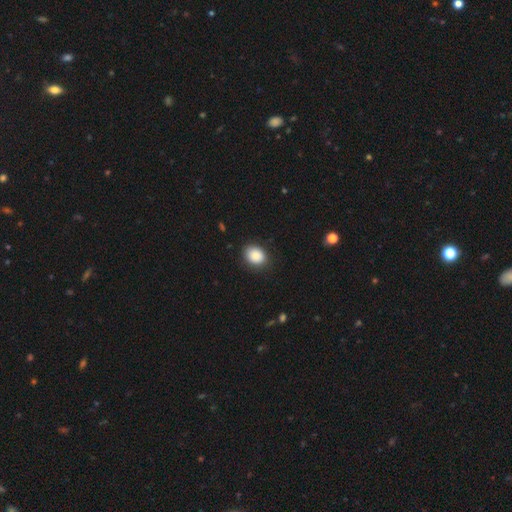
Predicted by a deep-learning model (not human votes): Smooth or featured?
  - smooth: 85% *
  - star or artifact: 8%
  - featured or disk: 7%
How rounded?
  - in between: 56% *
  - round: 43%
  - cigar-shaped: 1%
Merging?
  - none: 85% *
  - minor disturbance: 11%
  - major disturbance: 3%
  - merger: 1%